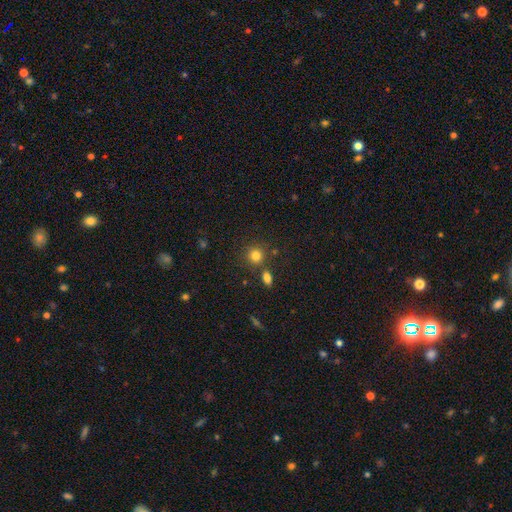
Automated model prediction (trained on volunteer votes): Smooth or featured? Predicted: smooth (p=0.80). How rounded? Predicted: round (p=0.86). Merging? Predicted: none (p=0.73).